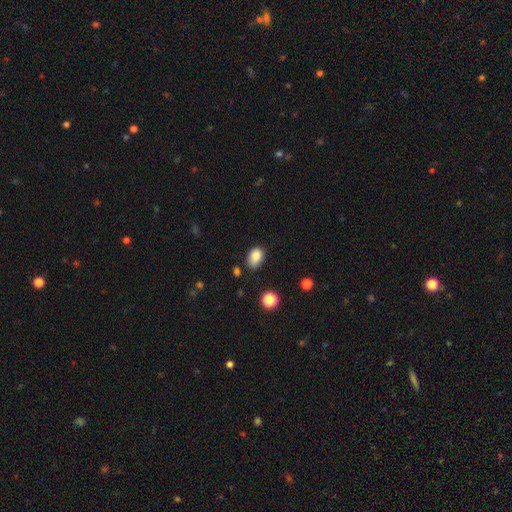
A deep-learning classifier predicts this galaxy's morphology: A smooth galaxy with no disk features (84%) that is in between round and cigar-shaped (82%). Merging: none (62%).